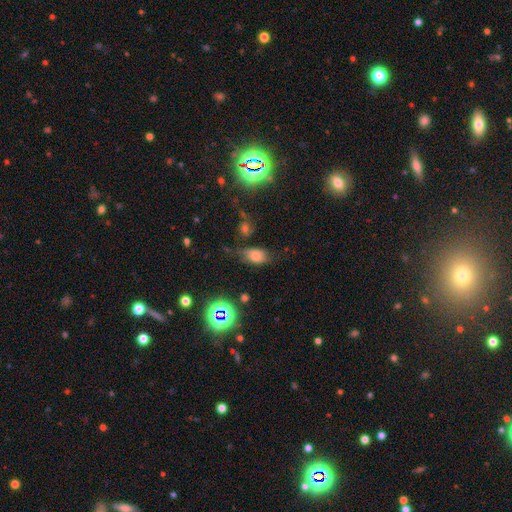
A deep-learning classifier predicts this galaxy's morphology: This appears to be a smooth galaxy with no disk features (69%) that is in between round and cigar-shaped (87%). Merging: none (58%).